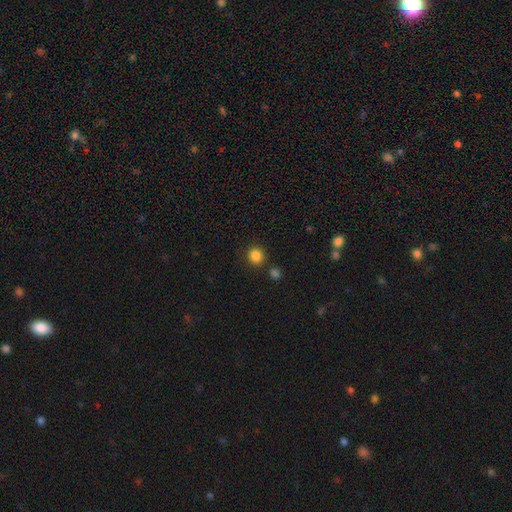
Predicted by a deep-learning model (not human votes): Overall: smooth (84%). How rounded: round (88%). Merging: none (85%).